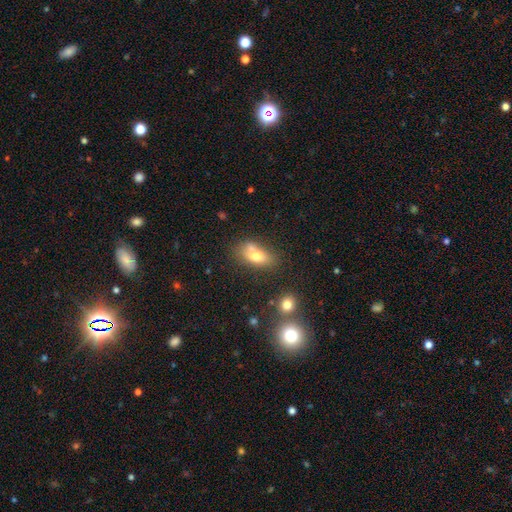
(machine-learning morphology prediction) A smooth galaxy with no disk features (71%) that is in between round and cigar-shaped (82%). Merging: none (44%).